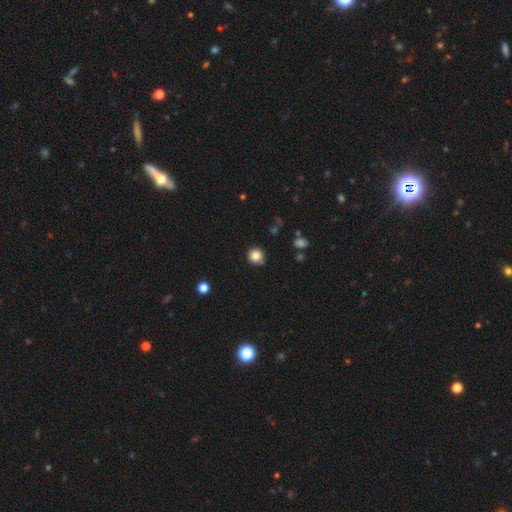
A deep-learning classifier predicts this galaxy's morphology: Smooth or featured? smooth (84%)
How rounded? round (93%)
Merging? none (86%)